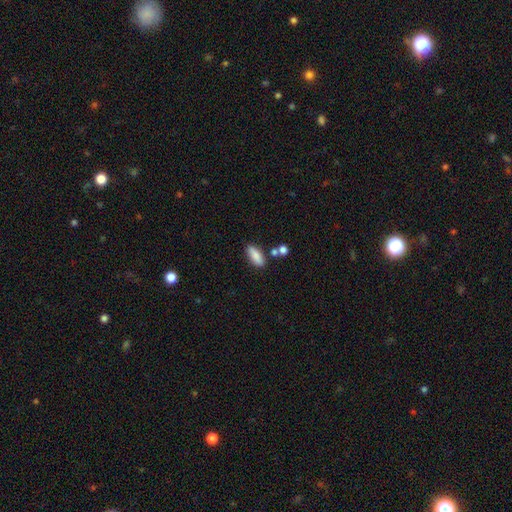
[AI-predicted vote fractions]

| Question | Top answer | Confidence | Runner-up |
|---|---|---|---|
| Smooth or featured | smooth | 85% | featured or disk (8%) |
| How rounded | in between | 72% | cigar-shaped (25%) |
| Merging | none | 75% | minor disturbance (13%) |